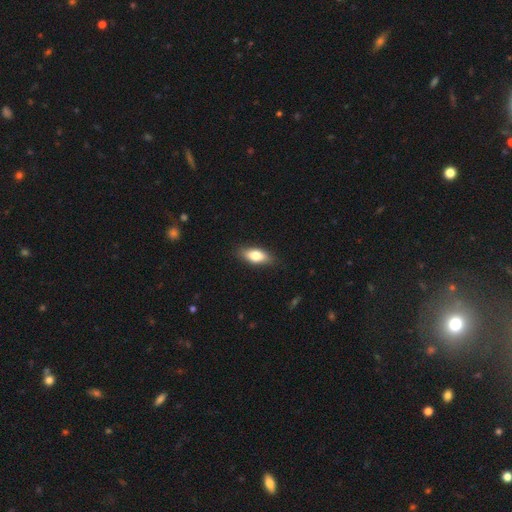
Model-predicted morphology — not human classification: A smooth galaxy with no disk features (76%) that is in between round and cigar-shaped (81%).

Vote fractions:
- Smooth or featured? smooth: 76% / featured or disk: 17% / star or artifact: 7%
- How rounded? in between: 81% / cigar-shaped: 15% / round: 4%
- Merging? none: 85% / minor disturbance: 12% / major disturbance: 2% / merger: 1%